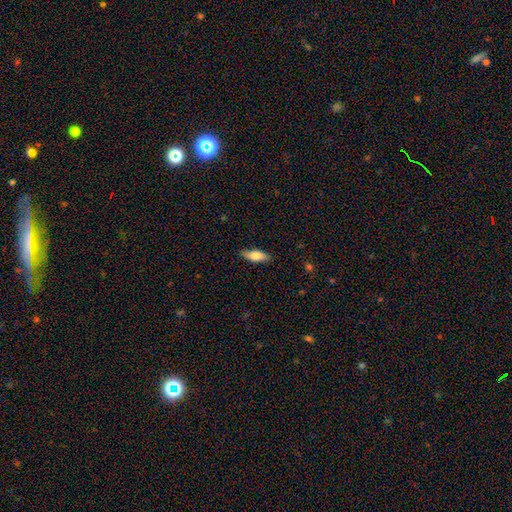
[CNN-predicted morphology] This appears to be a smooth galaxy with no disk features (76%) that is in between round and cigar-shaped (68%). Merging: none (85%).